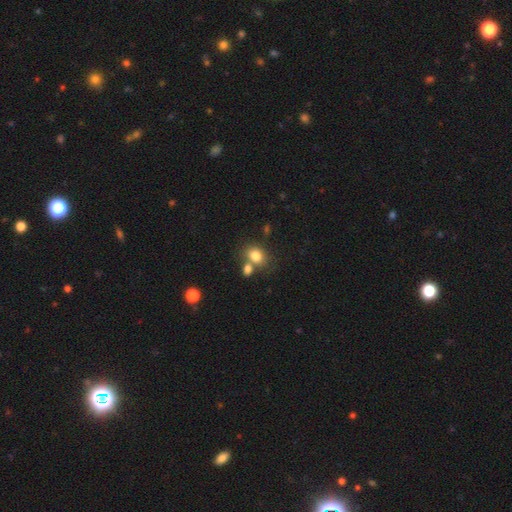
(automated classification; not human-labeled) A smooth galaxy with no disk features (80%) that is in between round and cigar-shaped (52%).

Vote fractions:
- Smooth or featured? smooth: 80% / star or artifact: 11% / featured or disk: 9%
- How rounded? in between: 52% / round: 47% / cigar-shaped: 1%
- Merging? none: 52% / merger: 32% / minor disturbance: 11% / major disturbance: 4%